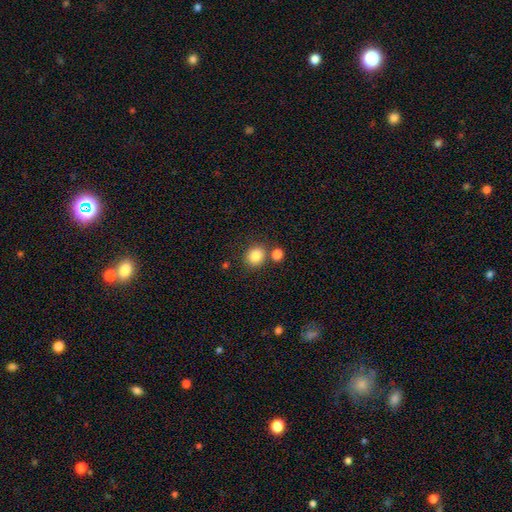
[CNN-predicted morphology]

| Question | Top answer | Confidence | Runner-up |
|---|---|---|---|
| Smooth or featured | smooth | 85% | star or artifact (10%) |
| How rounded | round | 77% | in between (22%) |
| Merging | none | 71% | merger (16%) |